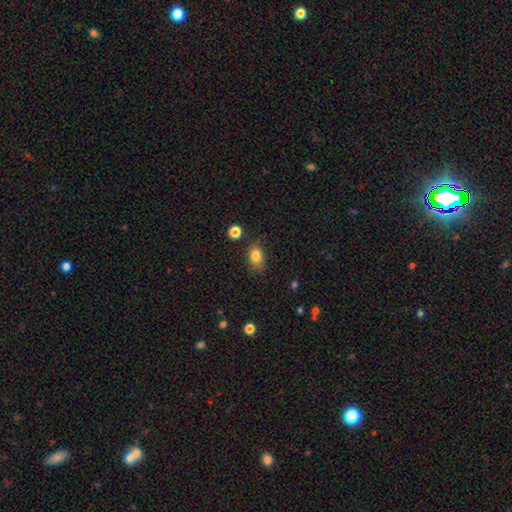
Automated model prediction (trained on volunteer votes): smooth_or_featured: smooth (p=0.82) [alt: star or artifact p=0.10]
how_rounded: in between (p=0.73) [alt: round p=0.26]
merging: none (p=0.72) [alt: minor disturbance p=0.20]